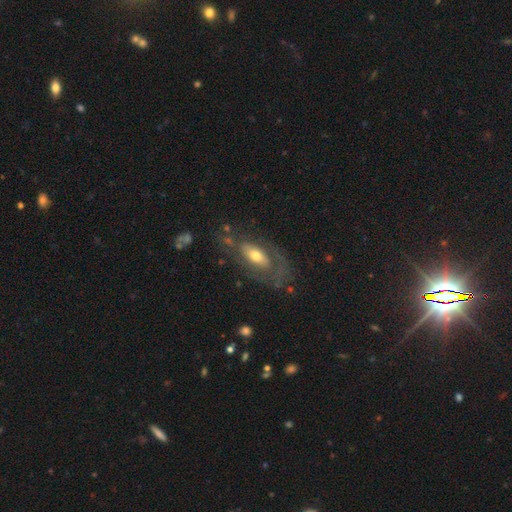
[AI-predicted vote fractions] This appears to be a featured or disk galaxy (56%). Merging: none (52%).